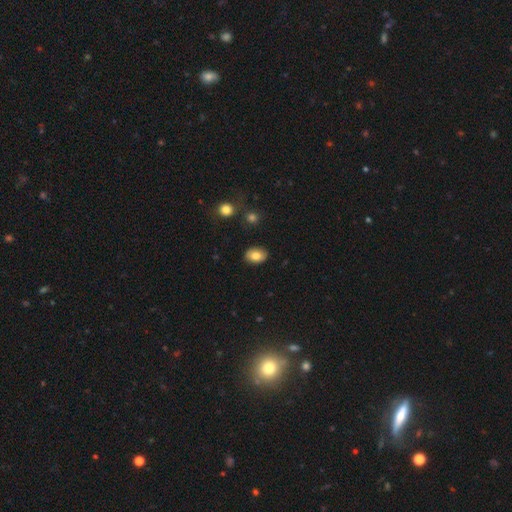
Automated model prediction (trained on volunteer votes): Overall: smooth (81%). How rounded: in between (82%). Merging: none (88%).